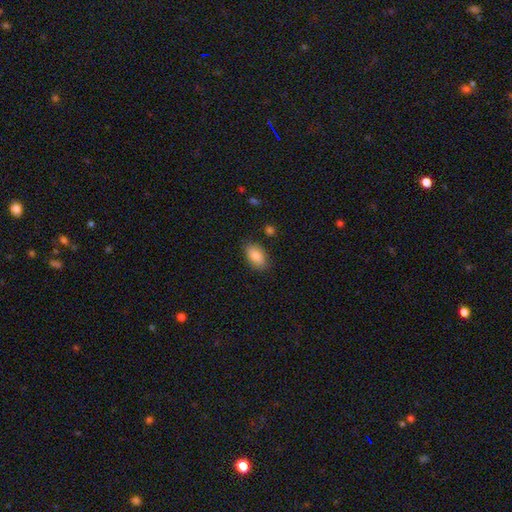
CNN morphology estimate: Q: Smooth or featured?
A: smooth (84%); runner-up: featured or disk (9%)
Q: How rounded?
A: in between (92%); runner-up: round (6%)
Q: Merging?
A: none (82%); runner-up: minor disturbance (13%)